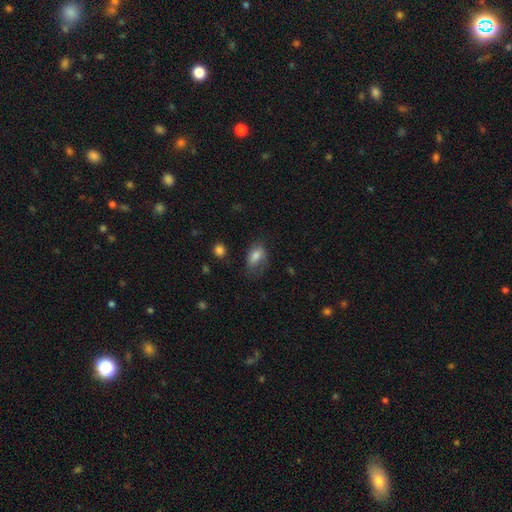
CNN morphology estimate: A smooth galaxy with no disk features (79%) that is in between round and cigar-shaped (87%).

Vote fractions:
- Smooth or featured? smooth: 79% / featured or disk: 12% / star or artifact: 9%
- How rounded? in between: 87% / round: 10% / cigar-shaped: 3%
- Merging? none: 53% / minor disturbance: 29% / major disturbance: 16% / merger: 2%